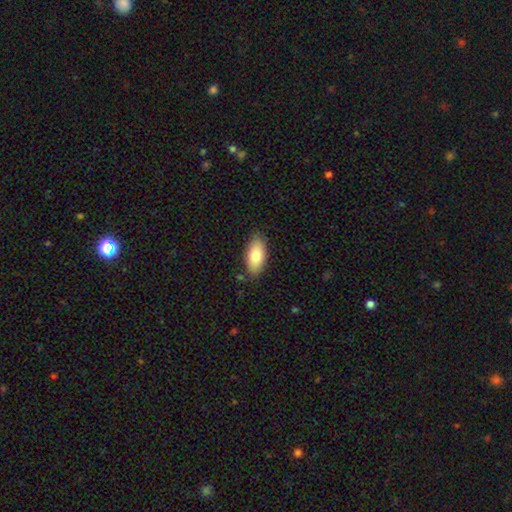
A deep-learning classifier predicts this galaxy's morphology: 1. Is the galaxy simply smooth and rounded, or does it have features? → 80% smooth, 14% featured or disk, 6% star or artifact.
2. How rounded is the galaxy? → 91% in between, 7% cigar-shaped, 3% round.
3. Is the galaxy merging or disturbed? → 84% none, 12% minor disturbance, 2% major disturbance, 2% merger.